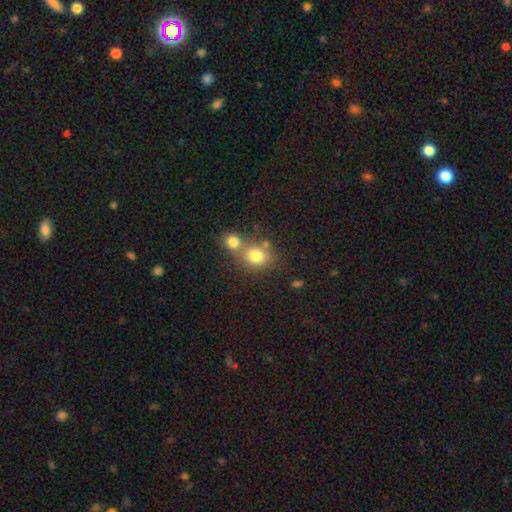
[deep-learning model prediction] This appears to be a smooth galaxy with no disk features (77%) that is round (74%). Merging: merger (46%).